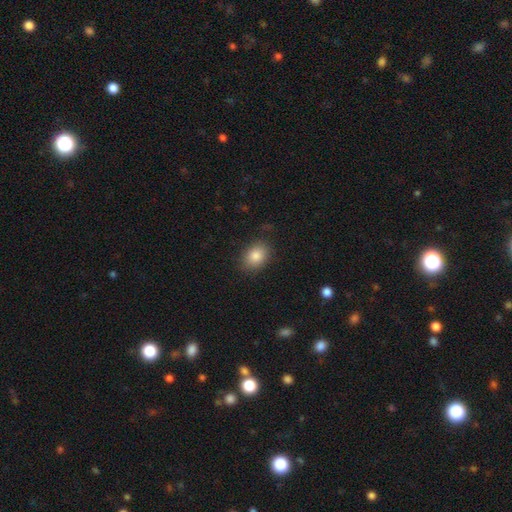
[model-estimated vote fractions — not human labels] A smooth galaxy with no disk features (84%) that is in between round and cigar-shaped (71%).

Vote fractions:
- Smooth or featured? smooth: 84% / star or artifact: 9% / featured or disk: 7%
- How rounded? in between: 71% / round: 28% / cigar-shaped: 1%
- Merging? none: 84% / minor disturbance: 12% / major disturbance: 3% / merger: 1%